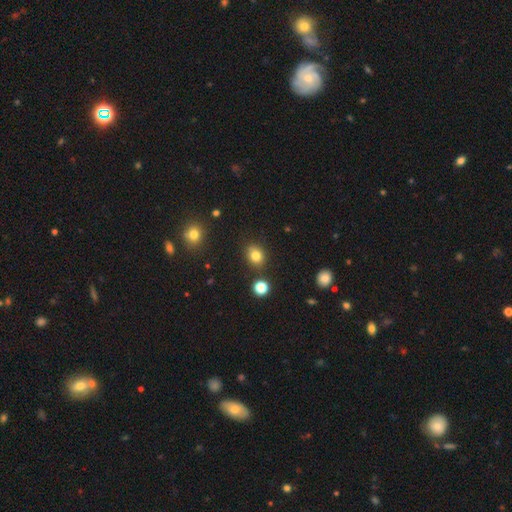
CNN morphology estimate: Smooth or featured? Predicted: smooth (p=0.80). How rounded? Predicted: round (p=0.55). Merging? Predicted: none (p=0.83).